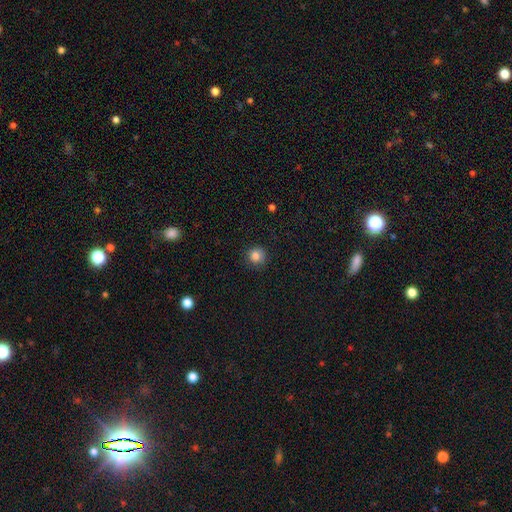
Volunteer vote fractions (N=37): Smooth or featured? smooth (86%)
How rounded? round (91%)
Merging? none (91%)